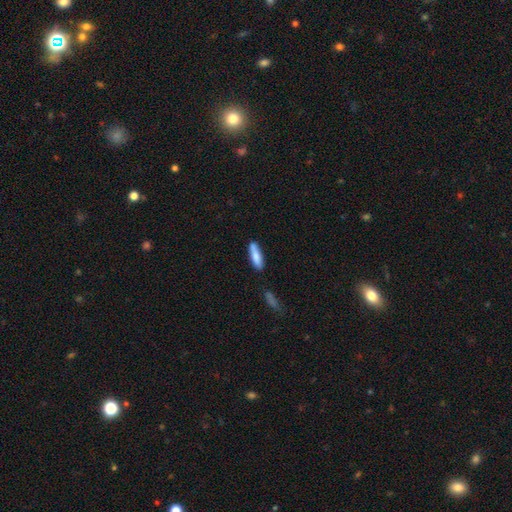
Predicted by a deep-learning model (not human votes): Morphology: type=smooth (80%); roundness=cigar-shaped (65%); merging=none (74%).